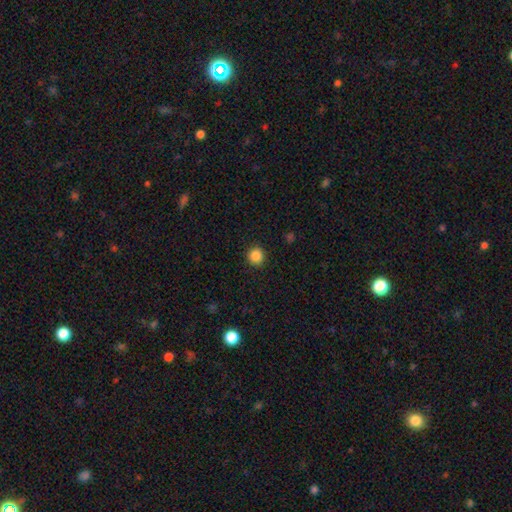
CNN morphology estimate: The model was most divided on "smooth or featured": smooth: 86%, star or artifact: 10%, featured or disk: 3%. More confident: how rounded — round (92%); merging — none (91%).